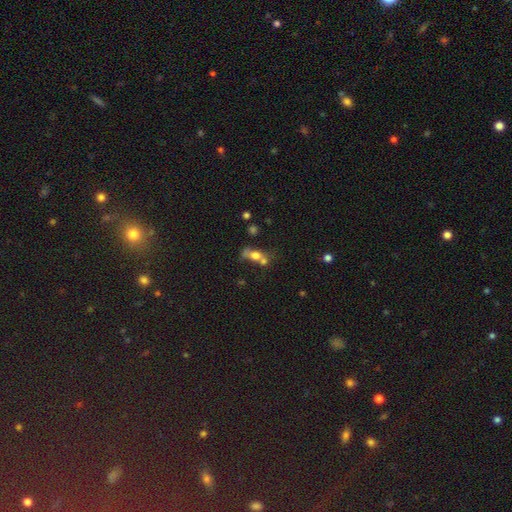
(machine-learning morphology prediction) Smooth or featured: smooth — 61% (featured or disk — 25%)
How rounded: in between — 50% (round — 40%)
Merging: merger — 50% (none — 27%)